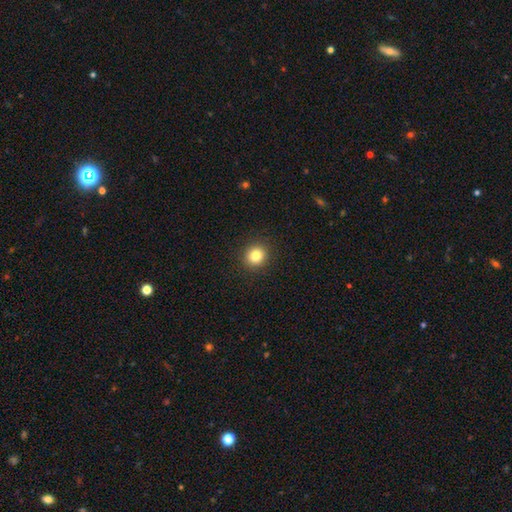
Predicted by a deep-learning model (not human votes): smooth 83%, star or artifact 11%, featured or disk 6%. Down the decision tree: how rounded — round (89%); merging — none (92%).